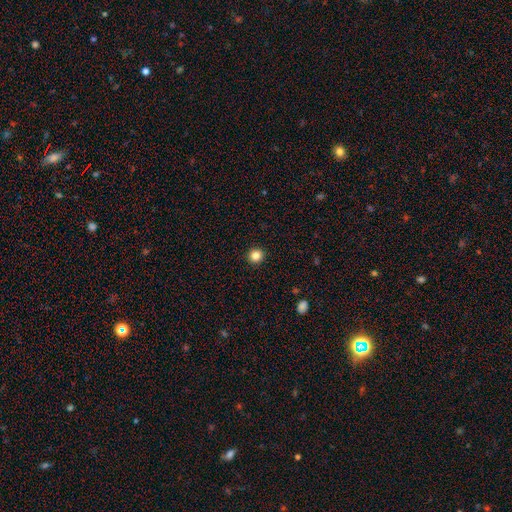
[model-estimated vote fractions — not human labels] Smooth or featured: smooth — 84% (star or artifact — 12%)
How rounded: round — 93% (in between — 6%)
Merging: none — 93% (minor disturbance — 4%)